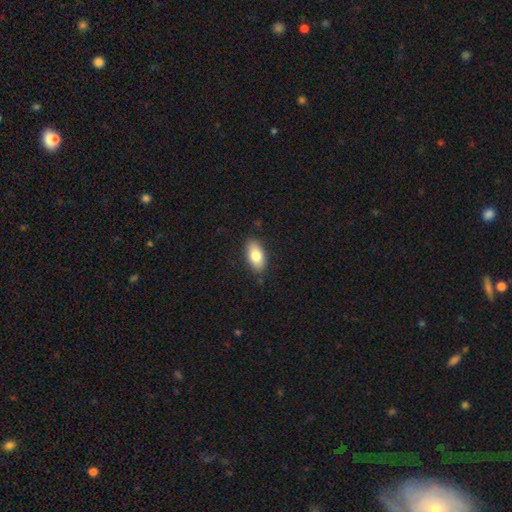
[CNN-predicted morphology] Overall: smooth (79%). How rounded: in between (90%). Merging: none (87%).